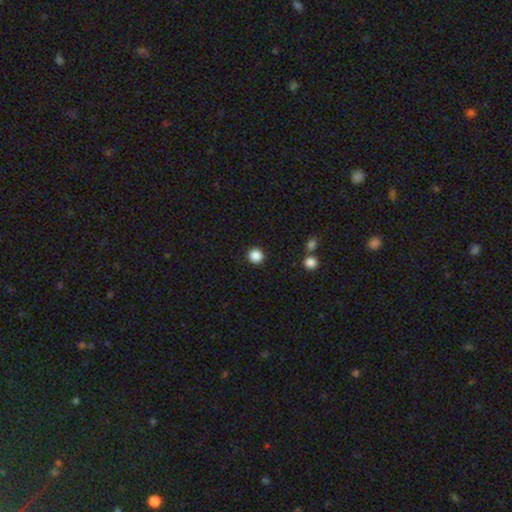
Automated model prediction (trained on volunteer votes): Overall: smooth (87%). How rounded: round (95%). Merging: none (92%).